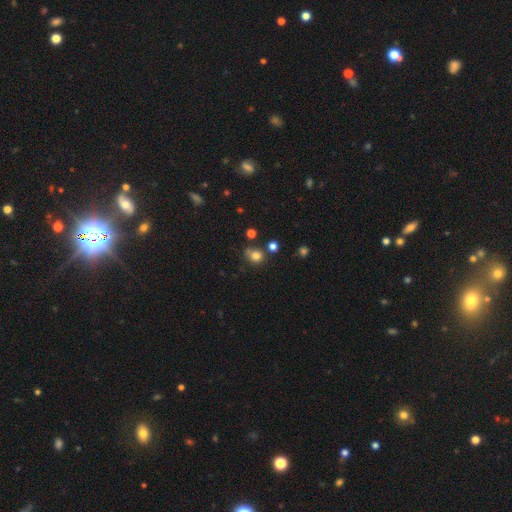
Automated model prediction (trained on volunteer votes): A smooth galaxy with no disk features (79%) that is round (70%).

Vote fractions:
- Smooth or featured? smooth: 79% / star or artifact: 14% / featured or disk: 7%
- How rounded? round: 70% / in between: 29% / cigar-shaped: 1%
- Merging? none: 59% / minor disturbance: 23% / merger: 11% / major disturbance: 8%